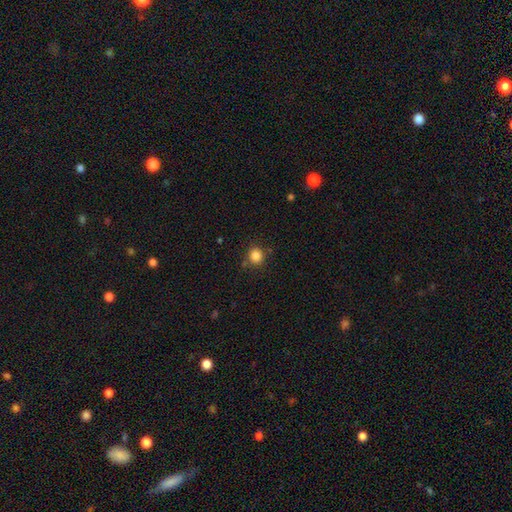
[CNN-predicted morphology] The model was most divided on "merging": none: 81%, minor disturbance: 11%, merger: 5%, major disturbance: 3%. More confident: smooth or featured — smooth (85%); how rounded — round (84%).